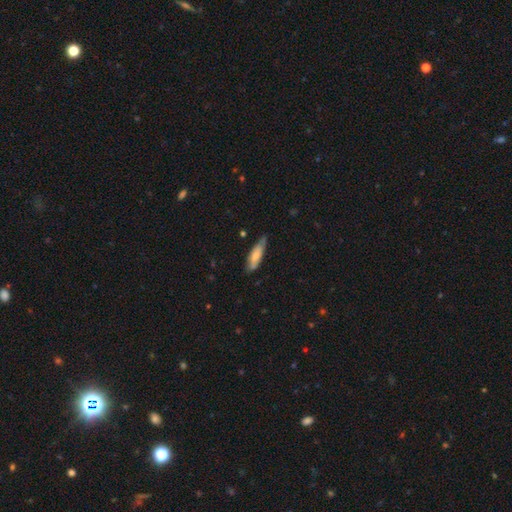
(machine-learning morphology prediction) This is likely a smooth galaxy (62%). How rounded: possibly cigar-shaped (54%). Merging: likely none (69%).